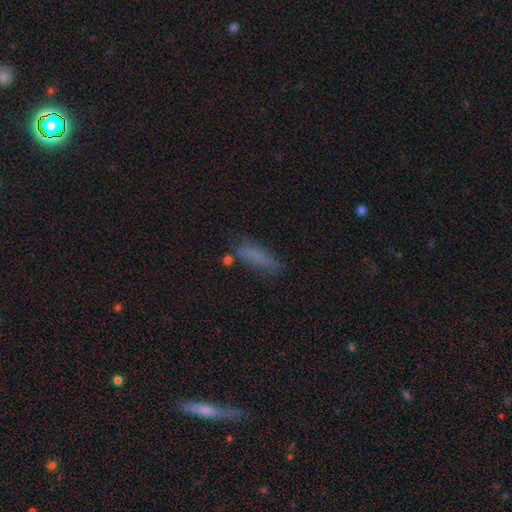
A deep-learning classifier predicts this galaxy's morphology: A smooth galaxy with no disk features (67%) that is cigar-shaped (63%).

Vote fractions:
- Smooth or featured? smooth: 67% / featured or disk: 19% / star or artifact: 13%
- How rounded? cigar-shaped: 63% / in between: 34% / round: 3%
- Merging? none: 58% / minor disturbance: 23% / major disturbance: 13% / merger: 6%